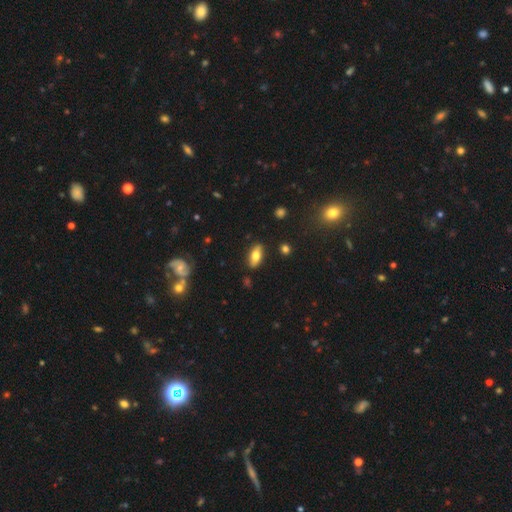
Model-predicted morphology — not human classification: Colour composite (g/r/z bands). It shows a smooth galaxy with no disk features (68%) that is in between round and cigar-shaped (83%). Merging: none (85%).